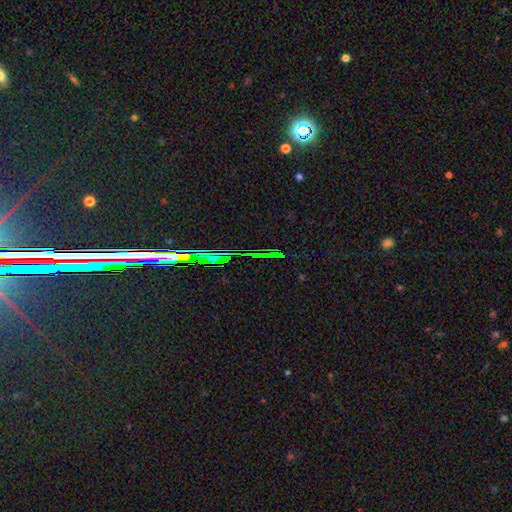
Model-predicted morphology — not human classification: The model was most divided on "smooth or featured": star or artifact: 79%, featured or disk: 12%, smooth: 9%.